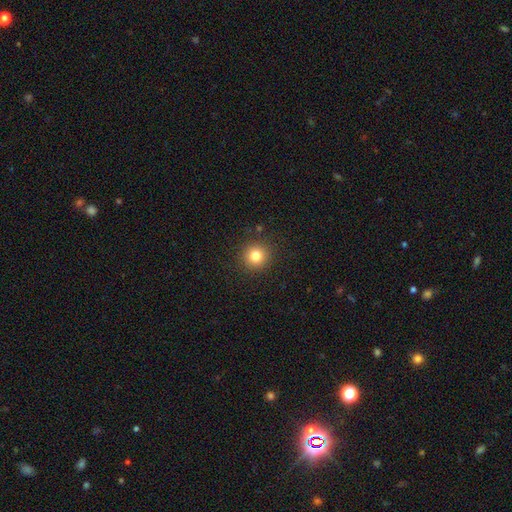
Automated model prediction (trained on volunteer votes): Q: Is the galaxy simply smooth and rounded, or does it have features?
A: smooth — 81%.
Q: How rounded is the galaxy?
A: round — 93%.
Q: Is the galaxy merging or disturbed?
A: none — 90%.